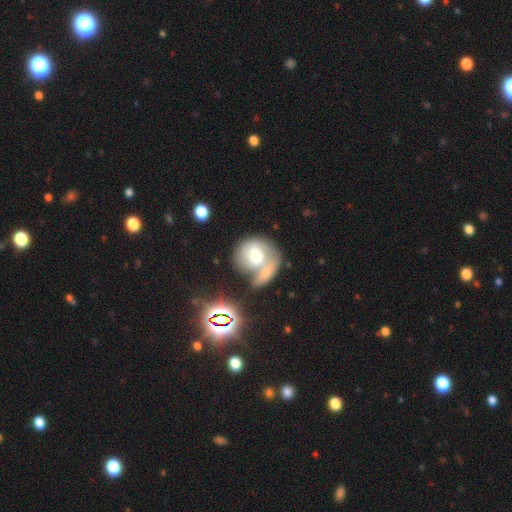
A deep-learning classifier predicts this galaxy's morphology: The model was most divided on "smooth or featured": smooth: 51%, featured or disk: 34%, star or artifact: 15%. Remaining: how rounded — round (70%); merging — merger (50%).